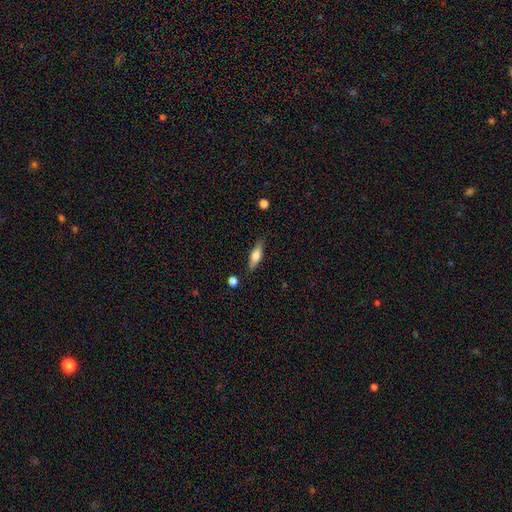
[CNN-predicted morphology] Smooth or featured?
  - smooth: 52% *
  - featured or disk: 41%
  - star or artifact: 7%
How rounded?
  - cigar-shaped: 56% *
  - in between: 41%
  - round: 3%
Merging?
  - none: 82% *
  - minor disturbance: 13%
  - major disturbance: 3%
  - merger: 2%